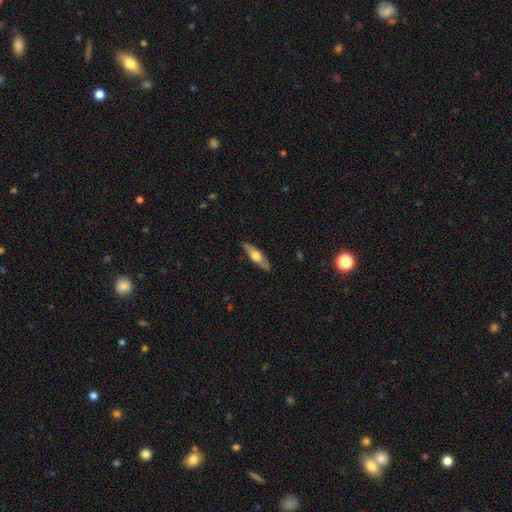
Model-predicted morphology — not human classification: smooth_or_featured: smooth (p=0.48) [alt: featured or disk p=0.46]
merging: none (p=0.88) [alt: minor disturbance p=0.09]